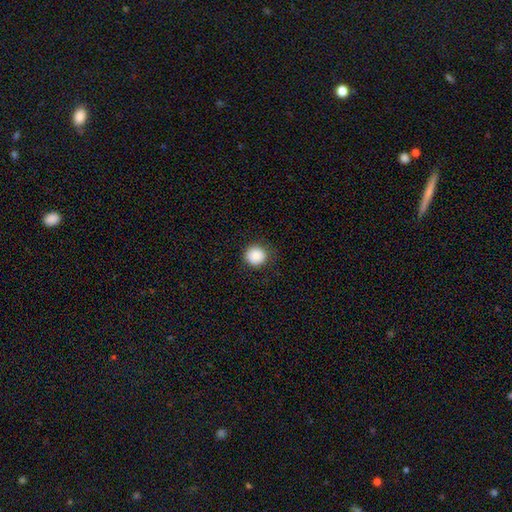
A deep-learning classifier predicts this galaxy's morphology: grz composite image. It shows a smooth galaxy with no disk features (87%) that is round (93%). Merging: none (88%).